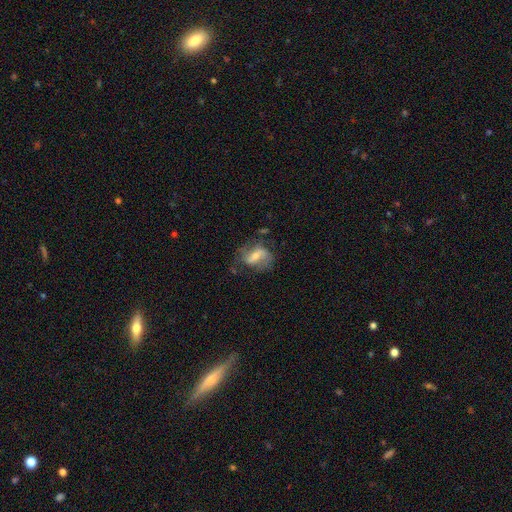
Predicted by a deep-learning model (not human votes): Q: Smooth or featured?
A: featured or disk (63%); runner-up: smooth (29%)
Q: Edge-on disk?
A: no (95%); runner-up: yes (5%)
Q: Bar?
A: weak (43%); runner-up: strong (34%)
Q: Spiral arms?
A: yes (79%); runner-up: no (21%)
Q: Bulge size?
A: moderate (45%); runner-up: small (43%)
Q: Merging?
A: none (55%); runner-up: minor disturbance (24%)